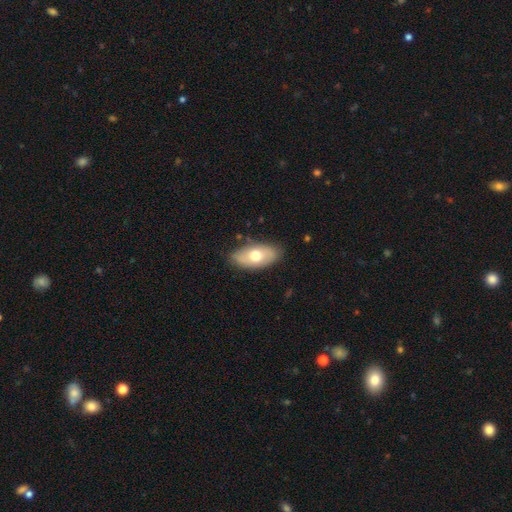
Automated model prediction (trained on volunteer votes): smooth-or-featured: smooth: 64% | featured or disk: 30% | star or artifact: 6%
  how-rounded: in between: 93% | round: 4% | cigar-shaped: 3%
  merging: none: 81% | minor disturbance: 15% | major disturbance: 3% | merger: 1%